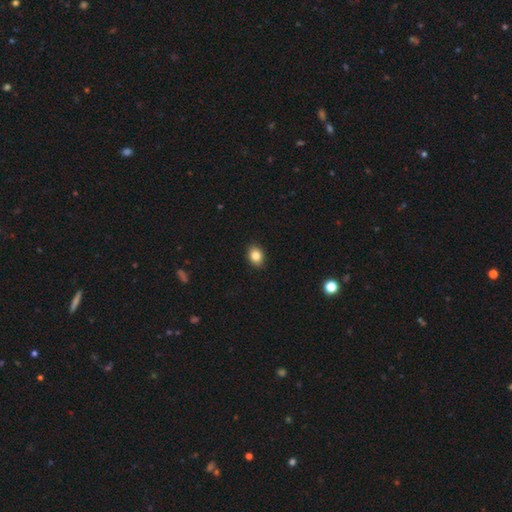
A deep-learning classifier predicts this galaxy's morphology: Overall: smooth (85%). How rounded: in between (60%; round 39%). Merging: none (91%).